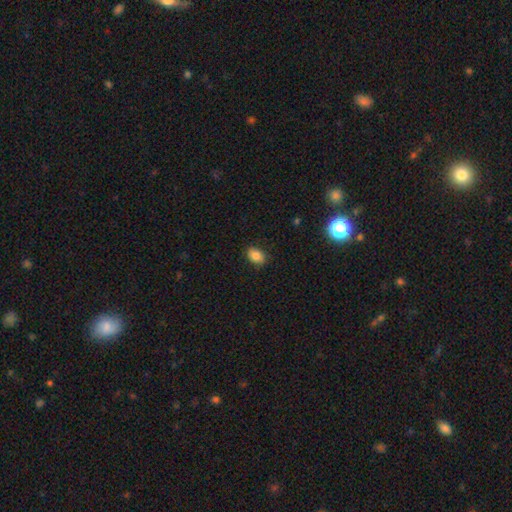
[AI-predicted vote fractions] Smooth or featured: smooth — 82% (star or artifact — 10%)
How rounded: in between — 82% (round — 16%)
Merging: none — 84% (minor disturbance — 13%)